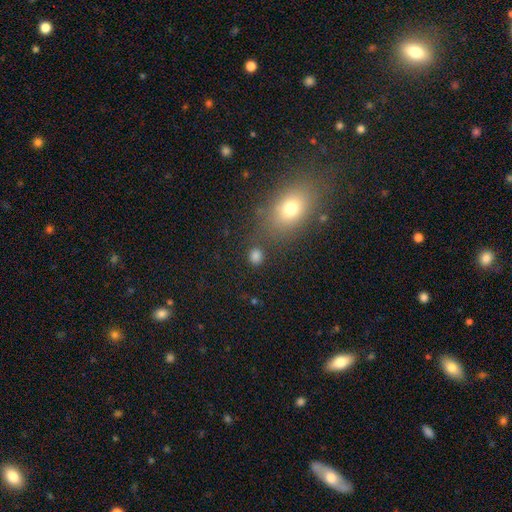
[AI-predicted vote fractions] smooth-or-featured: smooth: 79% | star or artifact: 15% | featured or disk: 6%
  how-rounded: round: 64% | in between: 35% | cigar-shaped: 2%
  merging: none: 79% | minor disturbance: 10% | merger: 7% | major disturbance: 4%